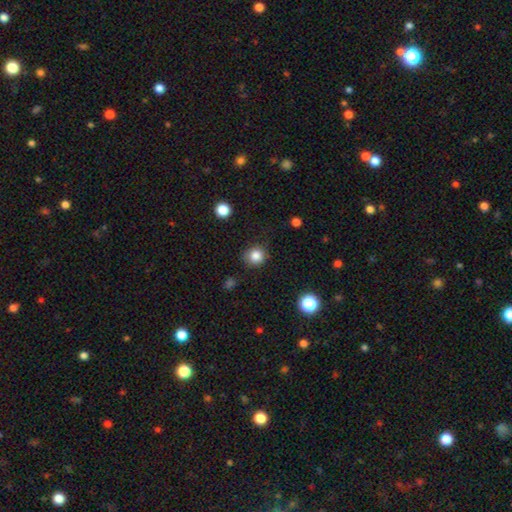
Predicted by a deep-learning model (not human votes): The model was most divided on "merging": none: 82%, minor disturbance: 13%, major disturbance: 4%, merger: 2%. More confident: how rounded — round (89%); smooth or featured — smooth (84%).